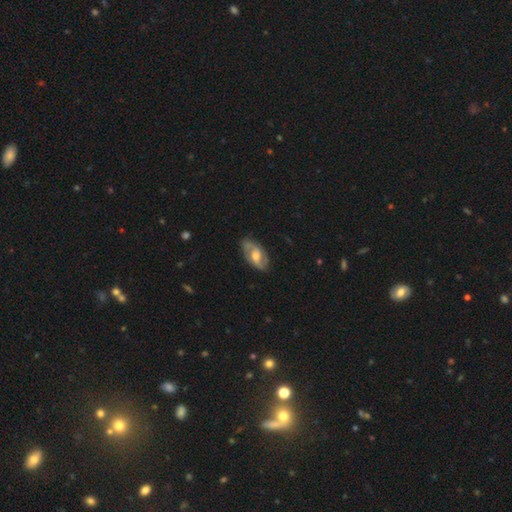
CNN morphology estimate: Smooth or featured? Predicted: featured or disk (p=0.72). Edge-on disk? Predicted: no (p=0.94). Bar? Predicted: weak (p=0.46). Spiral arms? Predicted: yes (p=0.88). Spiral winding? Predicted: medium (p=0.47). Spiral arm count? Predicted: 2 (p=0.82). Bulge size? Predicted: moderate (p=0.67). Merging? Predicted: none (p=0.77).